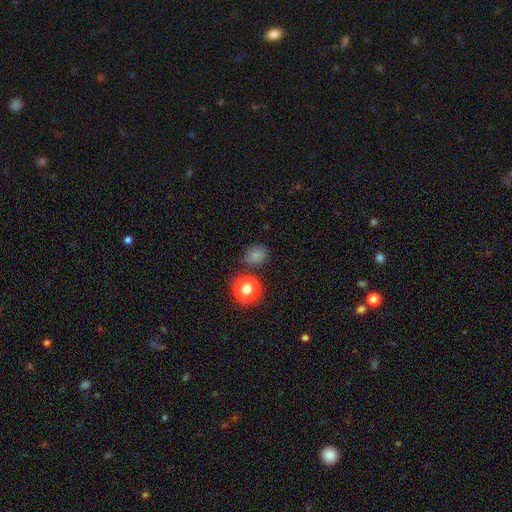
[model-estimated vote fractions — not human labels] A smooth galaxy with no disk features (77%) that is round (53%). Merging: none (79%).